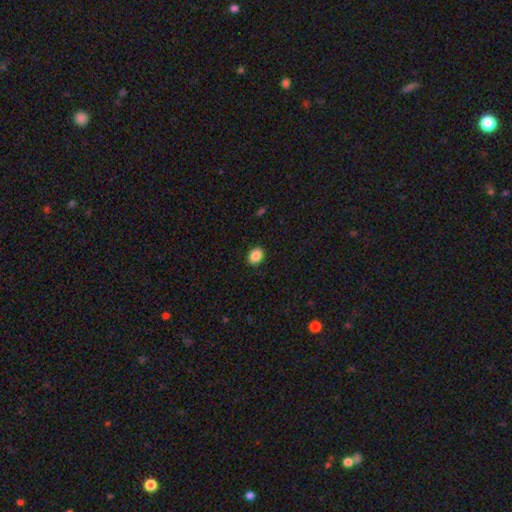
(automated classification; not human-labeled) A smooth galaxy with no disk features (87%) that is in between round and cigar-shaped (63%).

Vote fractions:
- Smooth or featured? smooth: 87% / star or artifact: 8% / featured or disk: 4%
- How rounded? in between: 63% / round: 36% / cigar-shaped: 1%
- Merging? none: 90% / minor disturbance: 8% / major disturbance: 2% / merger: 1%